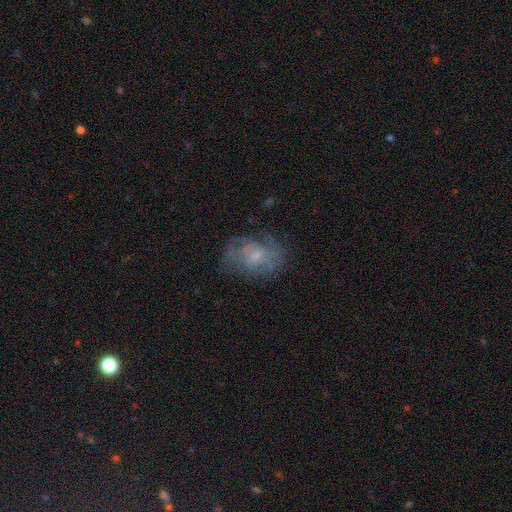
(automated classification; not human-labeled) featured or disk 59%, smooth 31%, star or artifact 10%. Down the decision tree: edge-on disk — no (97%); bar — no (65%); spiral arms — yes (70%); bulge size — small (52%); merging — none (59%).